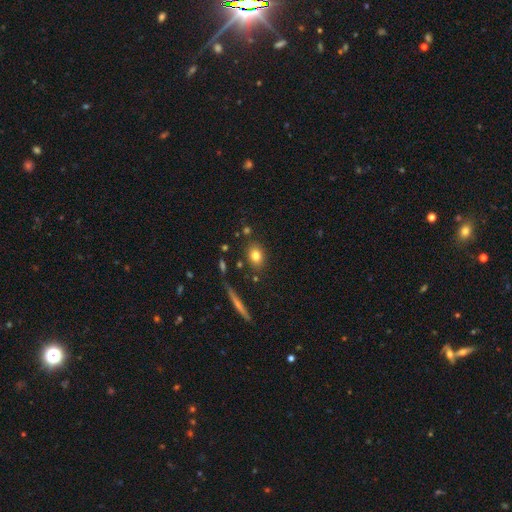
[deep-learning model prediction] This is likely a smooth galaxy (79%). How rounded: likely in between (63%). Merging: clearly none (83%).